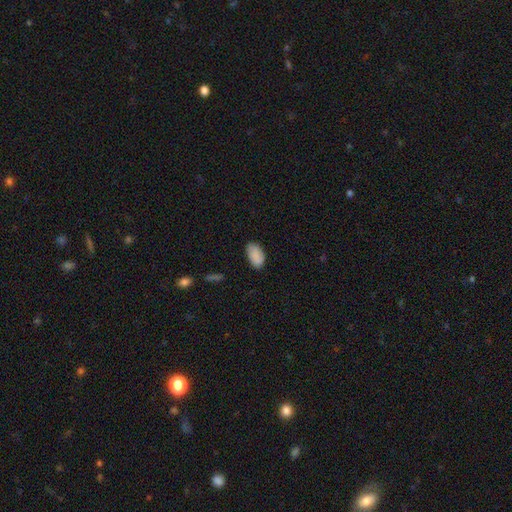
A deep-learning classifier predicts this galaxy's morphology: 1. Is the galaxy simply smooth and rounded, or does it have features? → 87% smooth, 7% star or artifact, 6% featured or disk.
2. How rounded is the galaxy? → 94% in between, 5% round, 2% cigar-shaped.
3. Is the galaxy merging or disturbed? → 74% none, 21% minor disturbance, 4% major disturbance, 1% merger.